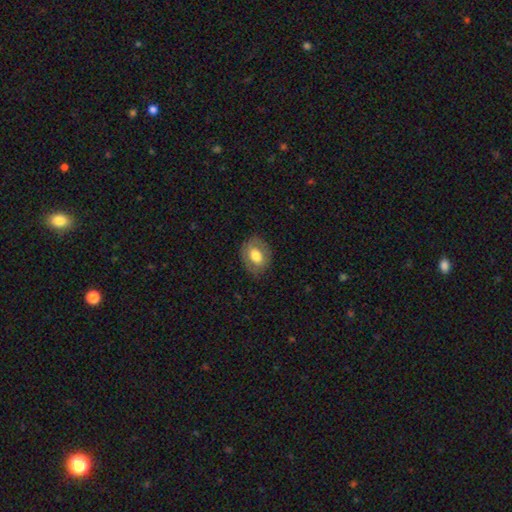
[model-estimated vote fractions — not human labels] Smooth or featured?
  - smooth: 67% *
  - featured or disk: 26%
  - star or artifact: 8%
How rounded?
  - in between: 65% *
  - round: 34%
  - cigar-shaped: 1%
Merging?
  - none: 77% *
  - minor disturbance: 17%
  - major disturbance: 6%
  - merger: 1%